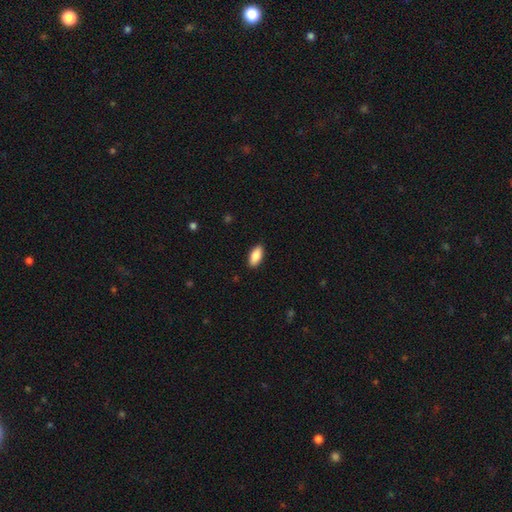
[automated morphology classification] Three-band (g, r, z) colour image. It shows a smooth galaxy with no disk features (87%) that is in between round and cigar-shaped (89%). Merging: none (89%).